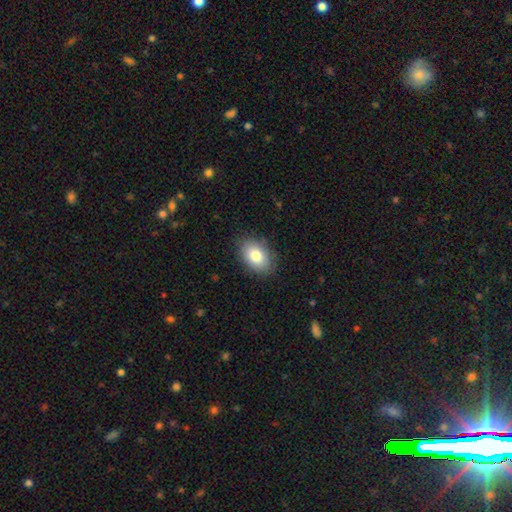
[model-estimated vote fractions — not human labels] The model was most divided on "smooth or featured": smooth: 82%, featured or disk: 10%, star or artifact: 8%. More confident: how rounded — in between (85%); merging — none (85%).